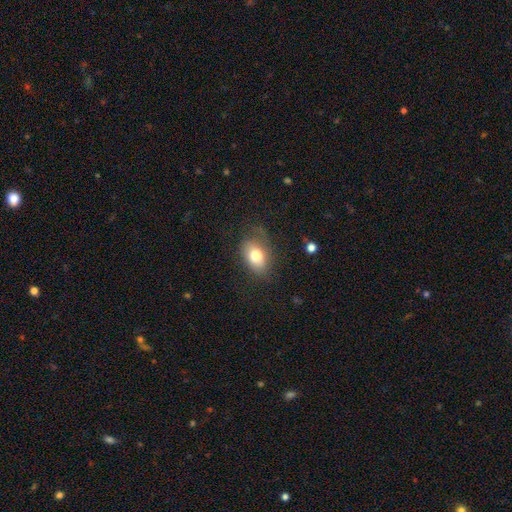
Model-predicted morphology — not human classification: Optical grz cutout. It shows a smooth galaxy with no disk features (77%) that is in between round and cigar-shaped (84%). Merging: none (66%).